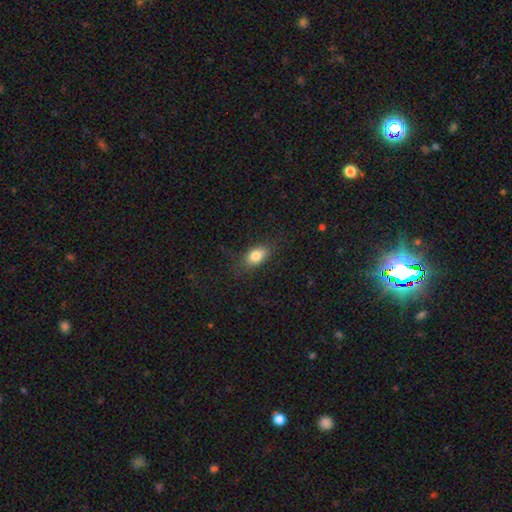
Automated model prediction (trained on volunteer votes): smooth_or_featured: smooth (p=0.81) [alt: featured or disk p=0.10]
how_rounded: in between (p=0.84) [alt: round p=0.11]
merging: none (p=0.77) [alt: minor disturbance p=0.16]